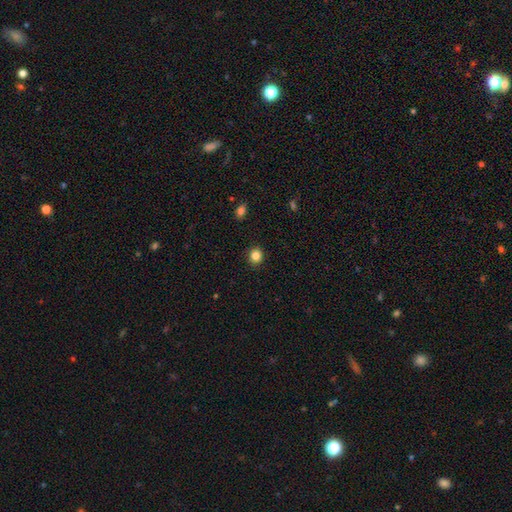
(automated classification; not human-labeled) Smooth or featured: smooth — 84% (star or artifact — 11%)
How rounded: round — 85% (in between — 14%)
Merging: none — 92% (minor disturbance — 6%)